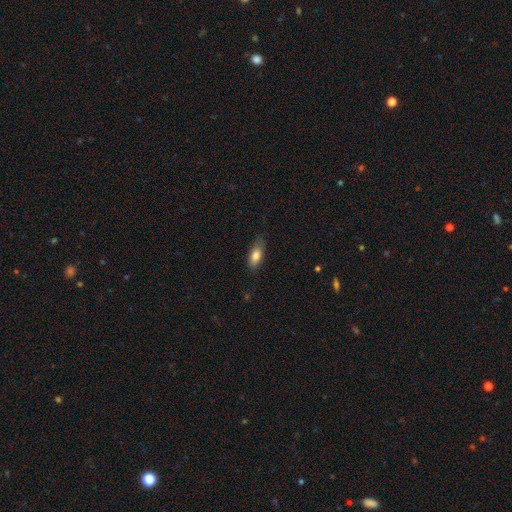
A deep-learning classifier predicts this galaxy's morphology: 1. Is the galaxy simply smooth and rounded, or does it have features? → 82% smooth, 11% featured or disk, 7% star or artifact.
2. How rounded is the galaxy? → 80% in between, 17% cigar-shaped, 3% round.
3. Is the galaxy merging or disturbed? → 75% none, 20% minor disturbance, 4% major disturbance, 1% merger.